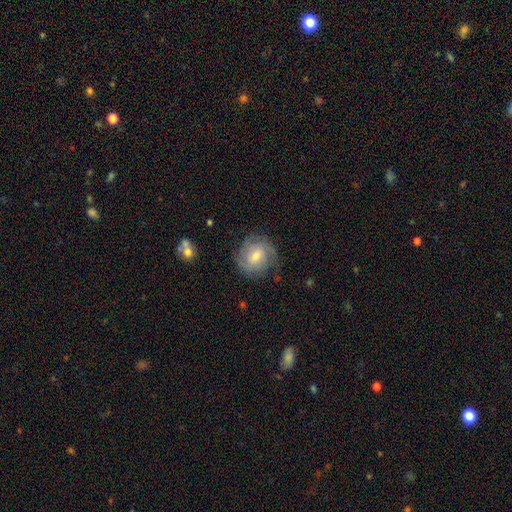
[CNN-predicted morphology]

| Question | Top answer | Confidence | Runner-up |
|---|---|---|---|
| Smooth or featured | featured or disk | 59% | smooth (32%) |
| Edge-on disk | no | 96% | yes (4%) |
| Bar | weak | 50% | no (38%) |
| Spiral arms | yes | 86% | no (14%) |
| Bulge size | moderate | 51% | small (41%) |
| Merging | none | 75% | minor disturbance (16%) |